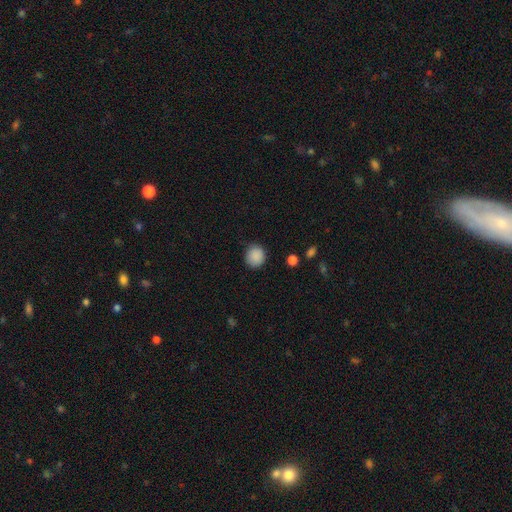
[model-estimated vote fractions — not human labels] This is clearly a smooth galaxy (89%). How rounded: clearly round (87%). Merging: clearly none (86%).